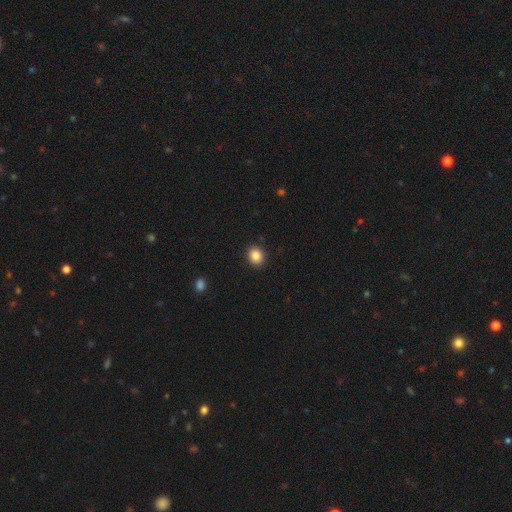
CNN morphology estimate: smooth_or_featured: smooth (p=0.86) [alt: star or artifact p=0.09]
how_rounded: round (p=0.64) [alt: in between p=0.35]
merging: none (p=0.91) [alt: minor disturbance p=0.06]